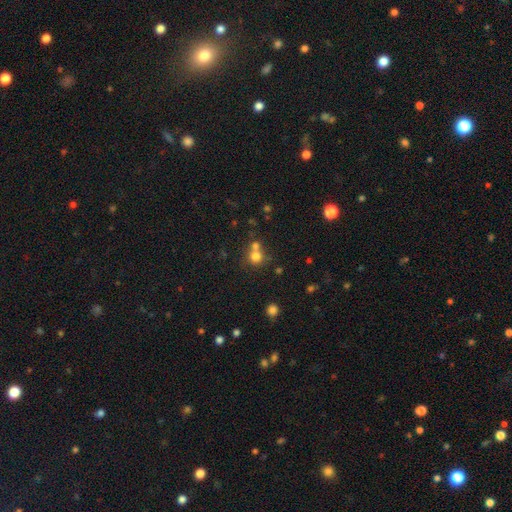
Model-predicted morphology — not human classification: smooth-or-featured: smooth: 75% | star or artifact: 15% | featured or disk: 10%
  how-rounded: round: 86% | in between: 13% | cigar-shaped: 1%
  merging: none: 46% | merger: 42% | minor disturbance: 8% | major disturbance: 4%